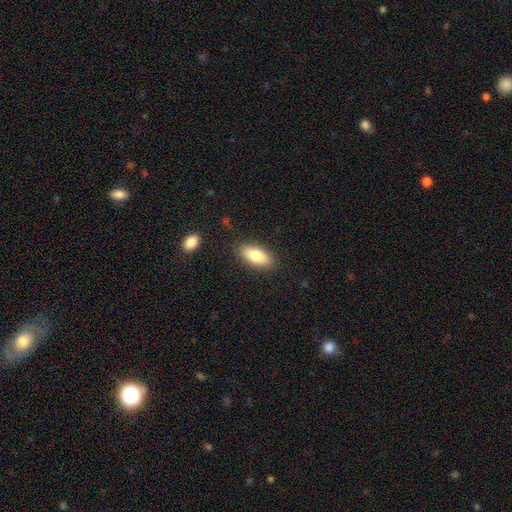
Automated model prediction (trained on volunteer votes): smooth 80%, featured or disk 13%, star or artifact 7%. Down the decision tree: how rounded — in between (85%); merging — none (86%).